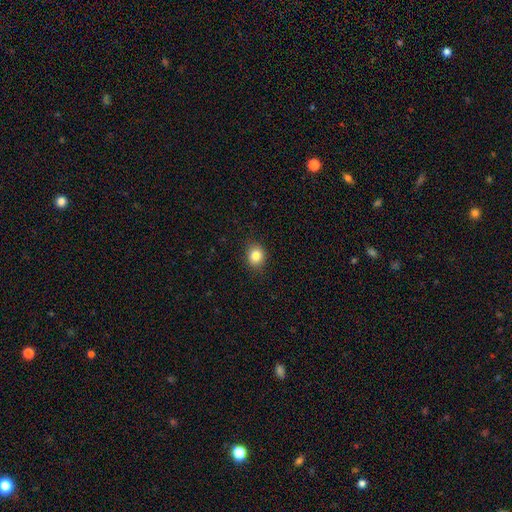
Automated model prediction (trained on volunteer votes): Q: Smooth or featured?
A: smooth (84%); runner-up: star or artifact (10%)
Q: How rounded?
A: round (71%); runner-up: in between (28%)
Q: Merging?
A: none (88%); runner-up: minor disturbance (9%)